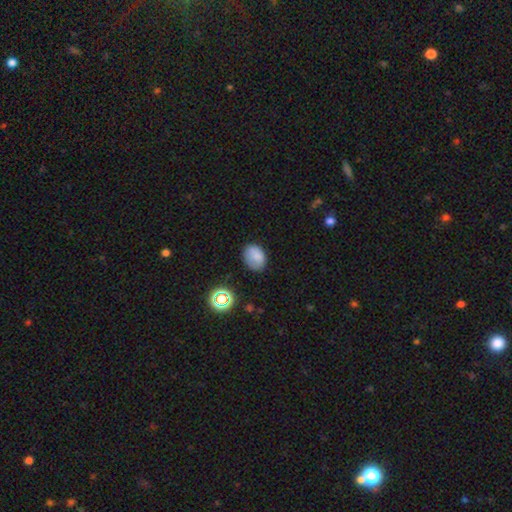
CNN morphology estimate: This appears to be a smooth galaxy with no disk features (80%) that is in between round and cigar-shaped (67%). Merging: none (76%).